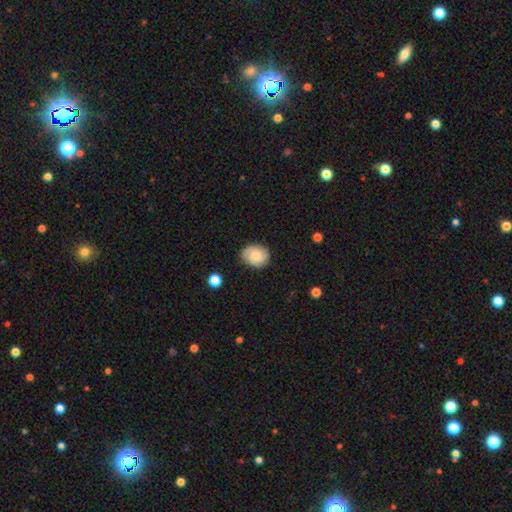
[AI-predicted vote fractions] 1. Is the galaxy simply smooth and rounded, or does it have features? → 69% smooth, 23% featured or disk, 8% star or artifact.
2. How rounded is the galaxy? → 56% round, 43% in between, 1% cigar-shaped.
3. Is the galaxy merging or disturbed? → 78% none, 17% minor disturbance, 3% major disturbance, 1% merger.